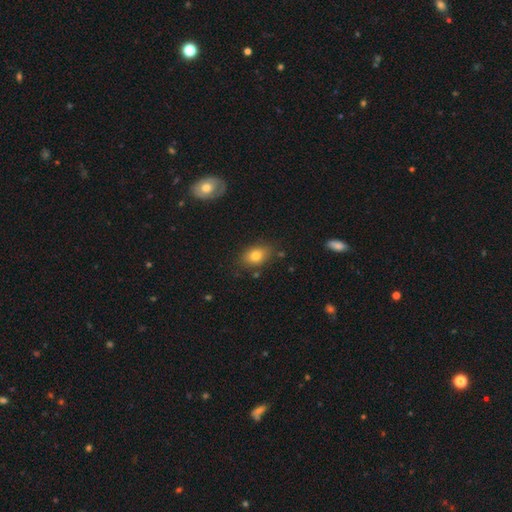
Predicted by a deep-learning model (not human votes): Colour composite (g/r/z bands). It shows a smooth galaxy with no disk features (79%) that is in between round and cigar-shaped (76%). Merging: none (79%).